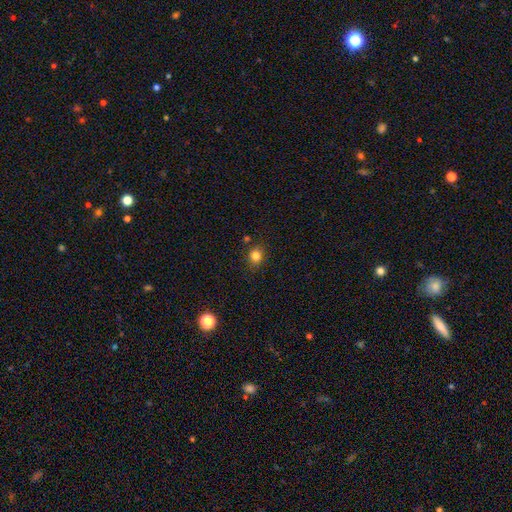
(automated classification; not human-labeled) This appears to be a smooth galaxy with no disk features (81%) that is round (74%). Merging: none (83%).